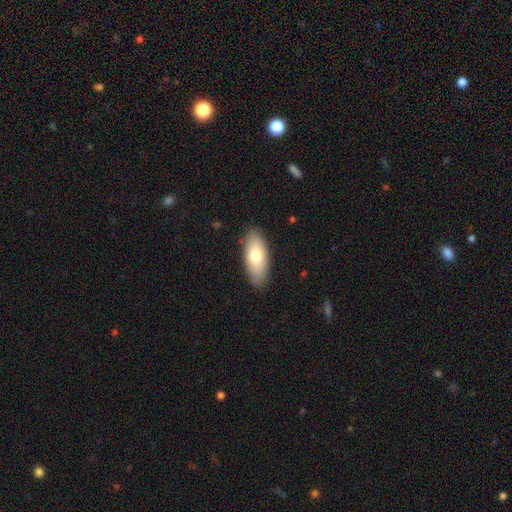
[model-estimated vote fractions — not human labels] A smooth galaxy with no disk features (73%) that is in between round and cigar-shaped (85%).

Vote fractions:
- Smooth or featured? smooth: 73% / featured or disk: 21% / star or artifact: 6%
- How rounded? in between: 85% / cigar-shaped: 12% / round: 2%
- Merging? none: 85% / minor disturbance: 12% / major disturbance: 2% / merger: 1%